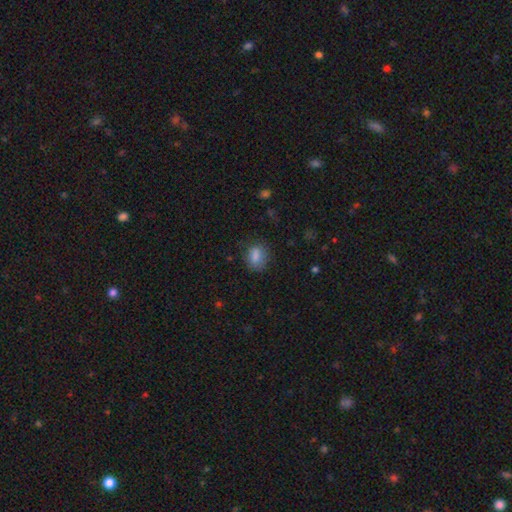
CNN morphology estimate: The model was most divided on "how rounded": in between: 59%, round: 39%, cigar-shaped: 2%. More confident: smooth or featured — smooth (83%); merging — none (73%).